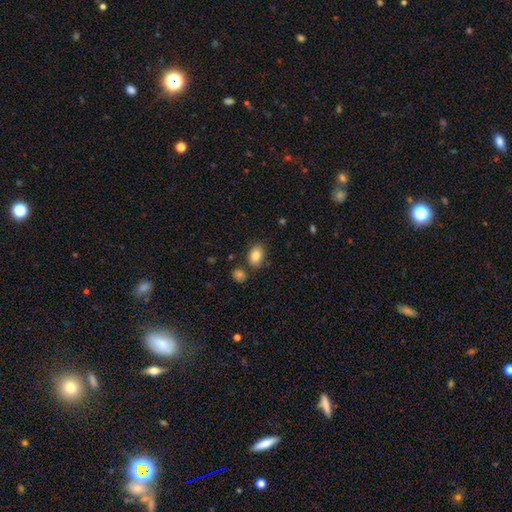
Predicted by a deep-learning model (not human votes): Smooth or featured: smooth — 84% (star or artifact — 8%)
How rounded: in between — 82% (round — 17%)
Merging: none — 78% (minor disturbance — 12%)